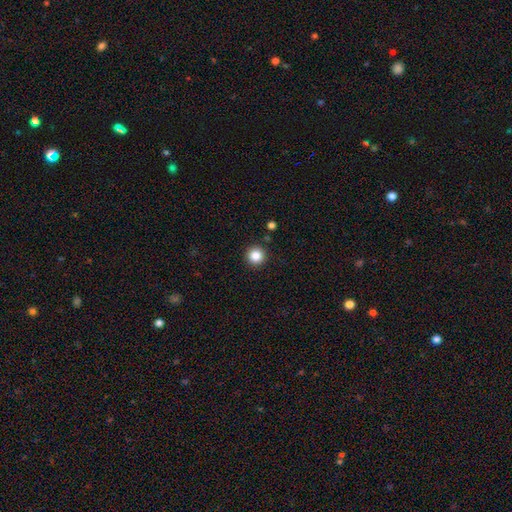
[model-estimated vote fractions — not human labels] Smooth or featured? smooth (85%)
How rounded? round (96%)
Merging? none (92%)